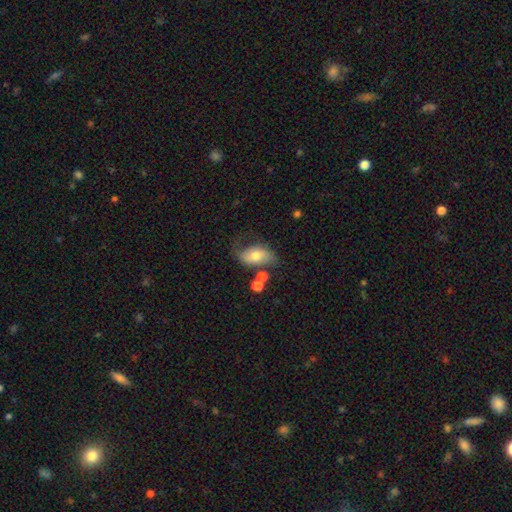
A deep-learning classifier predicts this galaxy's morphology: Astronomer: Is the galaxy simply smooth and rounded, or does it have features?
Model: smooth — 53% (runner-up: featured or disk, 38%).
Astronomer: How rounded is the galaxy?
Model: in between — 88%.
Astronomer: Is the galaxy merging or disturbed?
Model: none — 47% (runner-up: minor disturbance, 25%).